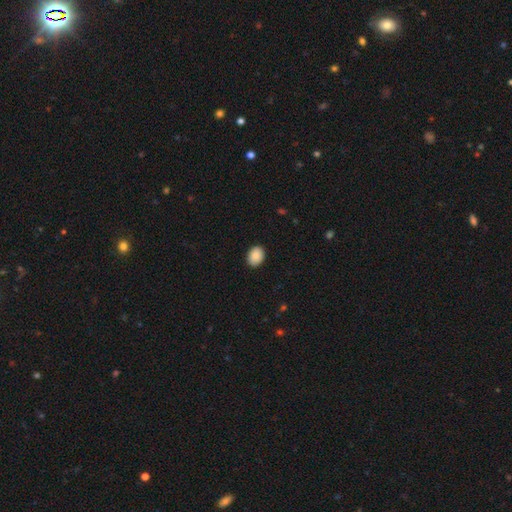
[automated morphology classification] smooth-or-featured: smooth: 89% | star or artifact: 7% | featured or disk: 4%
  how-rounded: in between: 66% | round: 33% | cigar-shaped: 1%
  merging: none: 89% | minor disturbance: 8% | major disturbance: 2% | merger: 1%